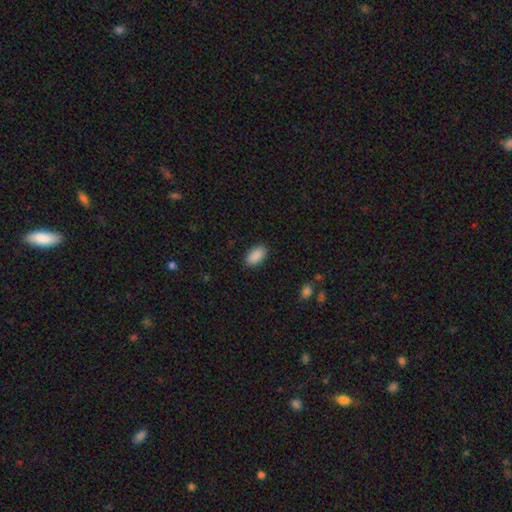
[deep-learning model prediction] smooth-or-featured: smooth: 91% | star or artifact: 7% | featured or disk: 3%
  how-rounded: in between: 94% | round: 3% | cigar-shaped: 3%
  merging: none: 89% | minor disturbance: 8% | major disturbance: 2% | merger: 1%